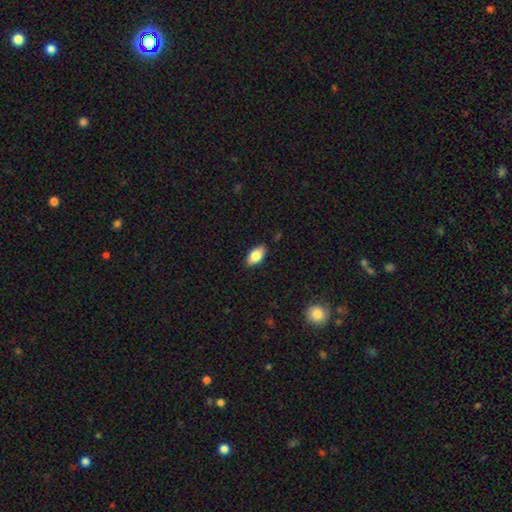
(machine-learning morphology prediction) A smooth galaxy with no disk features (79%) that is in between round and cigar-shaped (91%).

Vote fractions:
- Smooth or featured? smooth: 79% / featured or disk: 13% / star or artifact: 7%
- How rounded? in between: 91% / cigar-shaped: 5% / round: 4%
- Merging? none: 86% / minor disturbance: 10% / major disturbance: 2% / merger: 1%